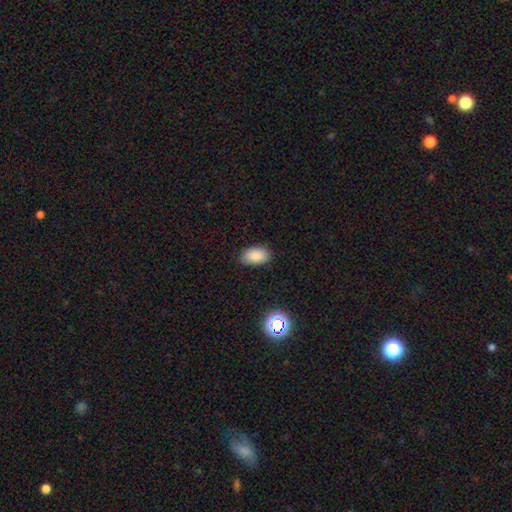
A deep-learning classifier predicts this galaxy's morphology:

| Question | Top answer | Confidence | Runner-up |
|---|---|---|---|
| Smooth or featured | smooth | 85% | star or artifact (10%) |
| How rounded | in between | 91% | round (7%) |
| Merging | none | 84% | minor disturbance (12%) |